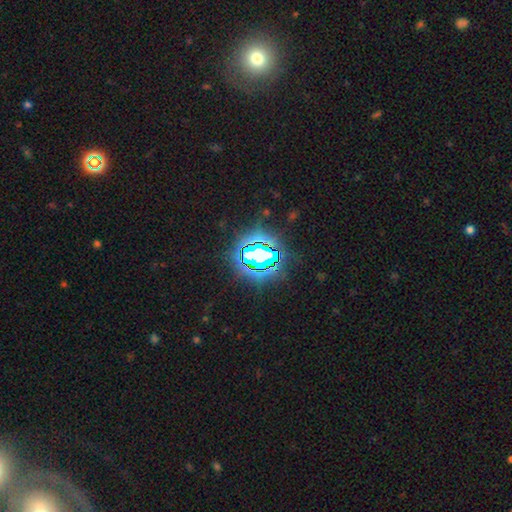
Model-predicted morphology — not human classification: Smooth or featured: star or artifact — 77% (smooth — 13%)